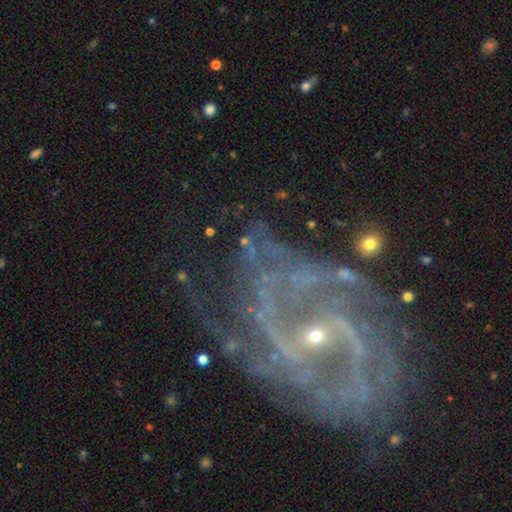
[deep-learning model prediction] smooth_or_featured: featured or disk (p=0.87) [alt: star or artifact p=0.09]
disk_edge_on: no (p=0.98) [alt: yes p=0.02]
bar: no (p=0.47) [alt: weak p=0.31]
has_spiral_arms: yes (p=0.97) [alt: no p=0.03]
spiral_winding: medium (p=0.49) [alt: tight p=0.35]
spiral_arm_count: 2 (p=0.41) [alt: 3 p=0.17]
bulge_size: small (p=0.82) [alt: moderate p=0.13]
merging: none (p=0.60) [alt: minor disturbance p=0.19]